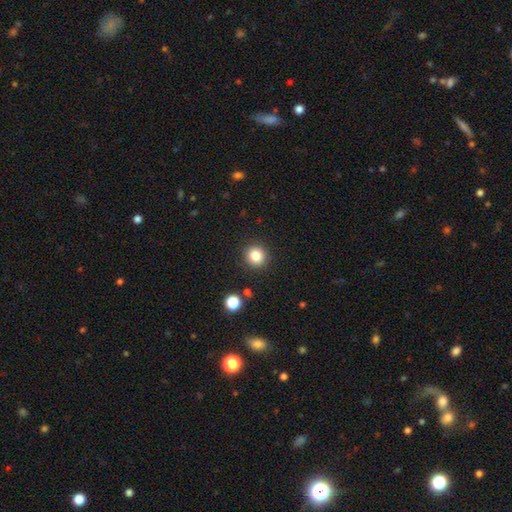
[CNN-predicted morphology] A smooth galaxy with no disk features (83%) that is round (91%).

Vote fractions:
- Smooth or featured? smooth: 83% / star or artifact: 11% / featured or disk: 5%
- How rounded? round: 91% / in between: 9% / cigar-shaped: 1%
- Merging? none: 90% / minor disturbance: 6% / major disturbance: 2% / merger: 2%